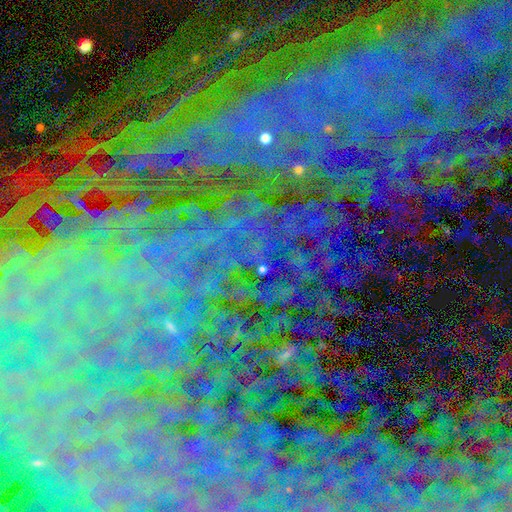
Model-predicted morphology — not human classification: star or artifact 82%, featured or disk 11%, smooth 7%.